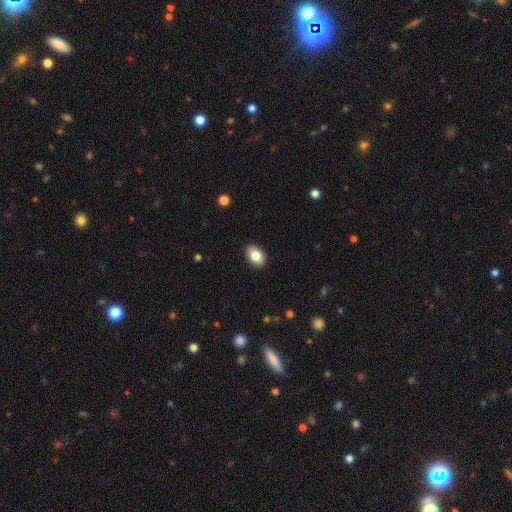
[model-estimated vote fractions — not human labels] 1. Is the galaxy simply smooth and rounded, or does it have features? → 84% smooth, 9% featured or disk, 7% star or artifact.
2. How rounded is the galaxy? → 90% in between, 9% round, 1% cigar-shaped.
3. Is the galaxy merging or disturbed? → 89% none, 8% minor disturbance, 2% major disturbance, 1% merger.